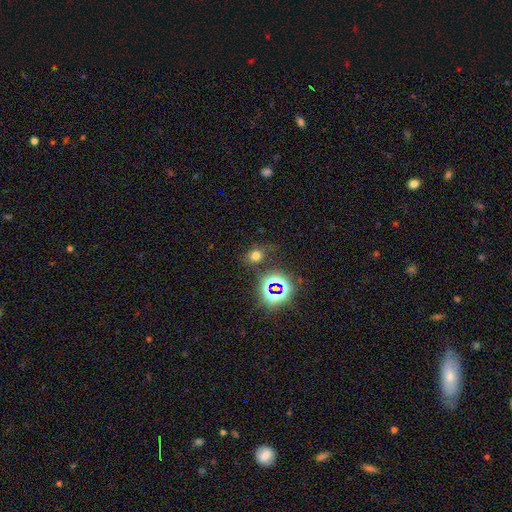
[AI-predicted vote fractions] Overall: smooth (61%; star or artifact 31%). How rounded: round (60%; in between 39%). Merging: none (75%).